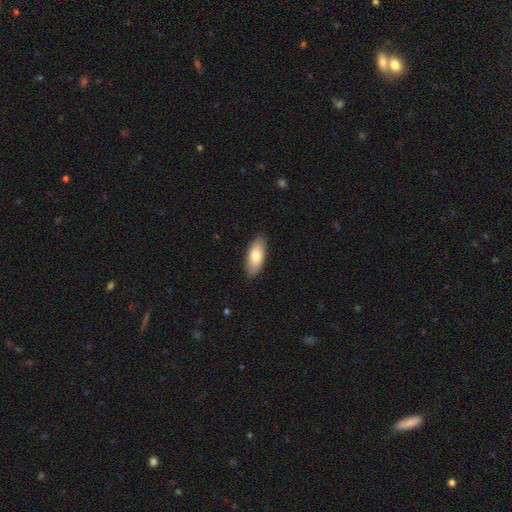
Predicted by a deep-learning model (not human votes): smooth-or-featured: smooth: 80% | featured or disk: 15% | star or artifact: 5%
  how-rounded: in between: 82% | cigar-shaped: 16% | round: 2%
  merging: none: 88% | minor disturbance: 9% | major disturbance: 2% | merger: 1%